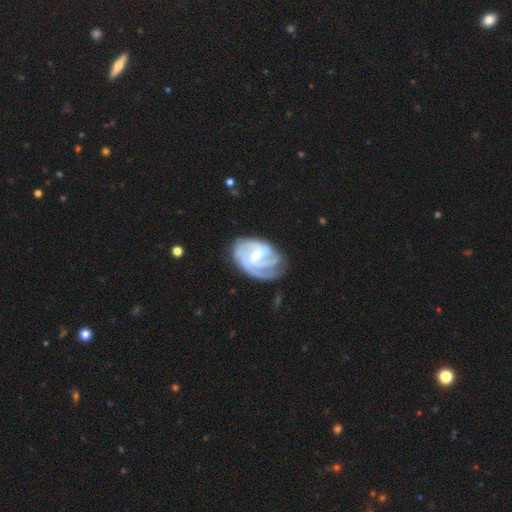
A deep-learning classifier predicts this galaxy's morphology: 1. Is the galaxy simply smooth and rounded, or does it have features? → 86% featured or disk, 9% smooth, 5% star or artifact.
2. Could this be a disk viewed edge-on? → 97% no, 3% yes.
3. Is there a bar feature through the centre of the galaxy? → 53% weak, 27% no, 20% strong.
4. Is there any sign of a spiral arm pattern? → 97% yes, 3% no.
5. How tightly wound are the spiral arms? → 56% tight, 36% medium, 8% loose.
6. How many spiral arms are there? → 40% 3, 18% can't tell, 18% 2, 15% 4, 5% 1, 4% more than 4.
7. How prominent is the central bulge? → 47% small, 46% moderate, 4% none, 3% large, 1% dominant.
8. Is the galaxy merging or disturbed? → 63% none, 23% minor disturbance, 12% major disturbance, 2% merger.